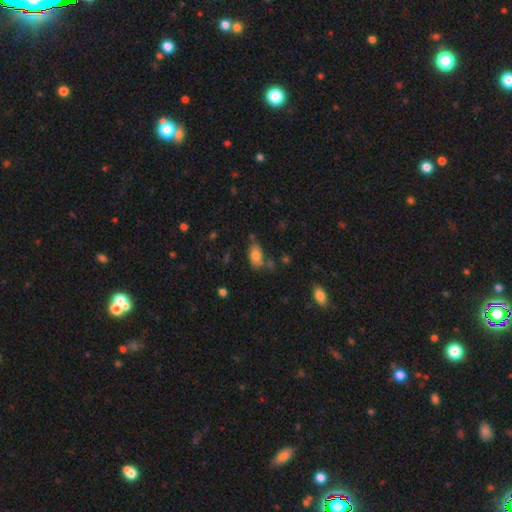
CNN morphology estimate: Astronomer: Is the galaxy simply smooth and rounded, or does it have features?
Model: smooth — 77%.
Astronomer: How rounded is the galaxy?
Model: in between — 90%.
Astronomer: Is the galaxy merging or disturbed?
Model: none — 62%.